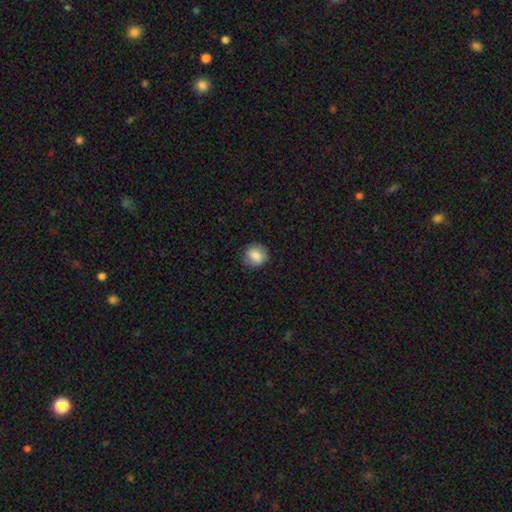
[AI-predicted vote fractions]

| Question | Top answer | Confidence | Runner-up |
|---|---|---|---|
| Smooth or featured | smooth | 82% | featured or disk (10%) |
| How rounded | round | 80% | in between (19%) |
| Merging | none | 82% | minor disturbance (13%) |